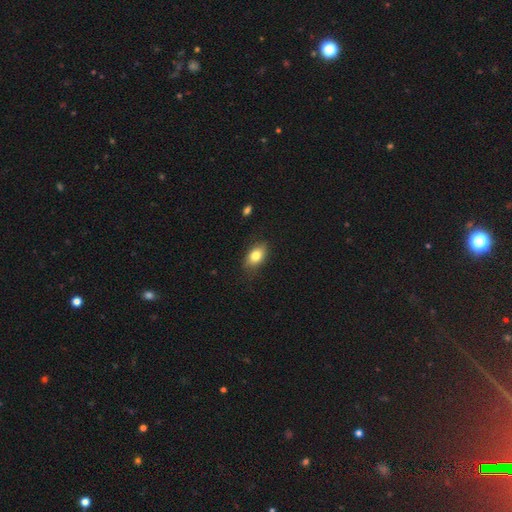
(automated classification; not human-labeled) Smooth or featured?
  - smooth: 80% *
  - featured or disk: 13%
  - star or artifact: 8%
How rounded?
  - in between: 85% *
  - round: 11%
  - cigar-shaped: 4%
Merging?
  - none: 81% *
  - minor disturbance: 15%
  - major disturbance: 3%
  - merger: 1%